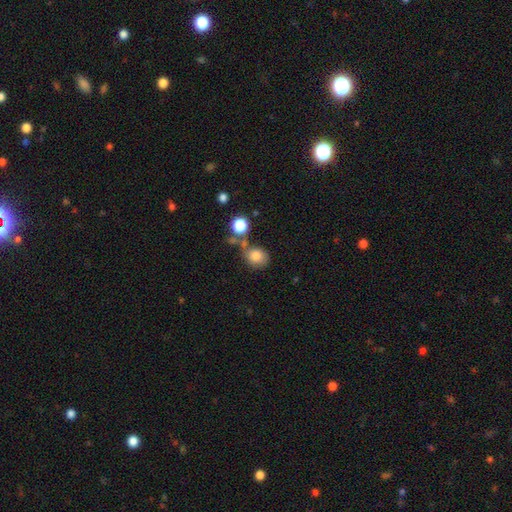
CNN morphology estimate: Overall: smooth (80%). How rounded: round (69%; in between 30%). Merging: none (48%; merger 24%).